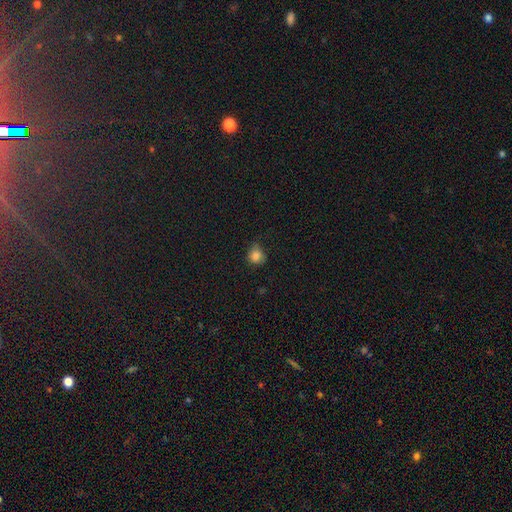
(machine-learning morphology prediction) A smooth galaxy with no disk features (83%) that is round (81%).

Vote fractions:
- Smooth or featured? smooth: 83% / star or artifact: 12% / featured or disk: 5%
- How rounded? round: 81% / in between: 18% / cigar-shaped: 1%
- Merging? none: 61% / minor disturbance: 31% / major disturbance: 7% / merger: 2%